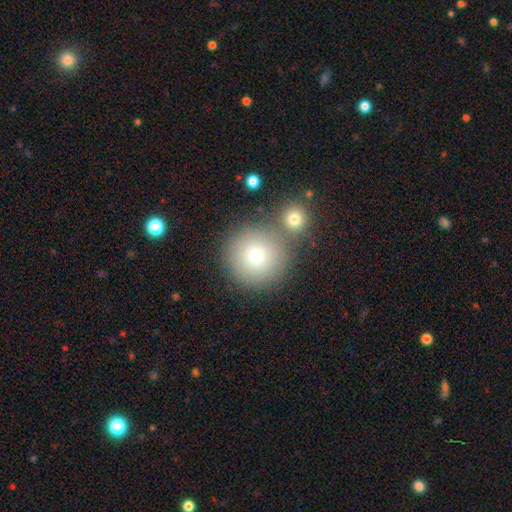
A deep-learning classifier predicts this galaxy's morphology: This is likely a smooth galaxy (75%). How rounded: clearly round (95%). Merging: likely none (71%).